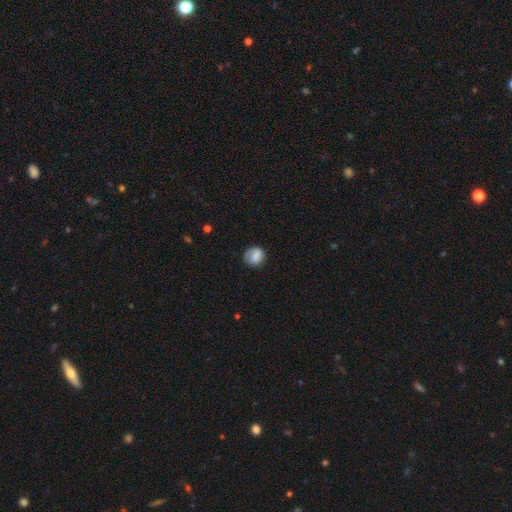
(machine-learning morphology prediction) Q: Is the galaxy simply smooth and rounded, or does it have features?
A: smooth — 80%.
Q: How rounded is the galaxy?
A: round — 77%.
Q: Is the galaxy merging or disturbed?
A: none — 68%.